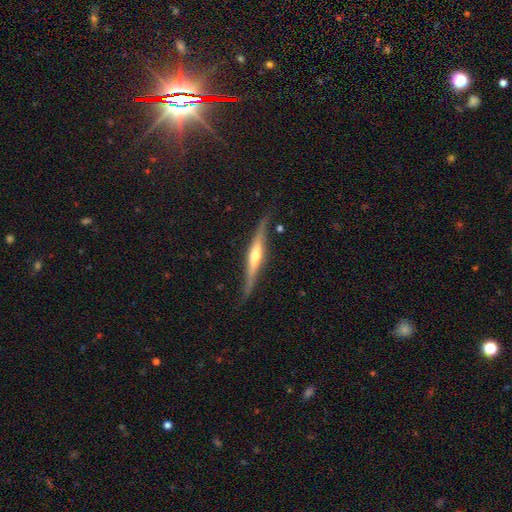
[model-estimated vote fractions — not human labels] A featured or disk galaxy (73%) viewed edge-on (96%) with a rounded central bulge (78%). Merging: none (82%).